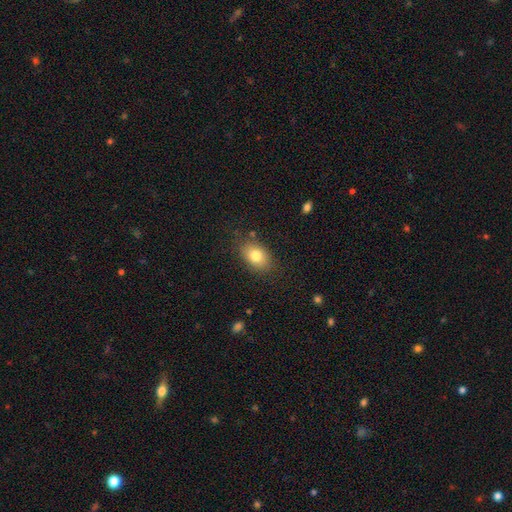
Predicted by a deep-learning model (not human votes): smooth-or-featured: smooth: 80% | featured or disk: 11% | star or artifact: 9%
  how-rounded: in between: 78% | round: 21% | cigar-shaped: 1%
  merging: none: 81% | minor disturbance: 13% | major disturbance: 4% | merger: 2%